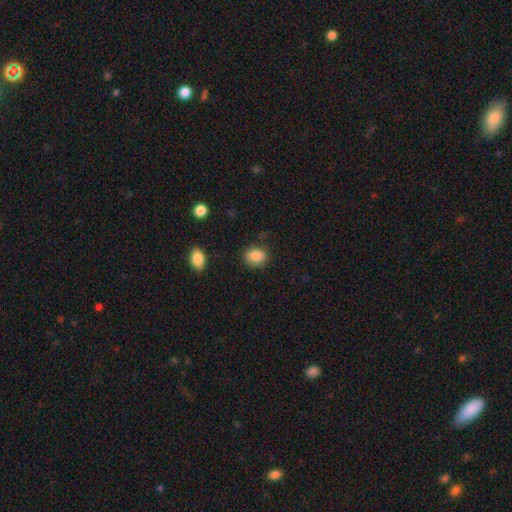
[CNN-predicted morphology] A smooth galaxy with no disk features (86%) that is round (59%). Merging: none (82%).